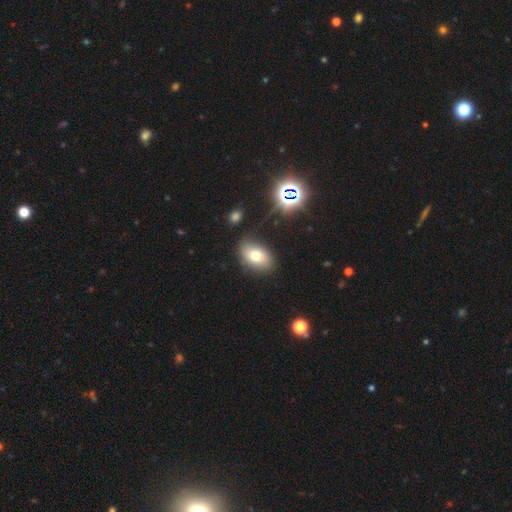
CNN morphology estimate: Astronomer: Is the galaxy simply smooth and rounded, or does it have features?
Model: smooth — 72%.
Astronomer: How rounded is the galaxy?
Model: in between — 88%.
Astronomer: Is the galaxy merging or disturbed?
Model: none — 78%.